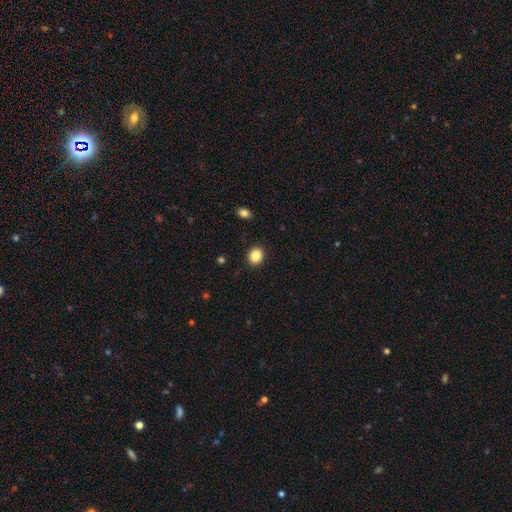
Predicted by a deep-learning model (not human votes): Smooth or featured?
  - smooth: 86% *
  - star or artifact: 10%
  - featured or disk: 5%
How rounded?
  - round: 68% *
  - in between: 31%
  - cigar-shaped: 1%
Merging?
  - none: 91% *
  - minor disturbance: 6%
  - major disturbance: 2%
  - merger: 1%